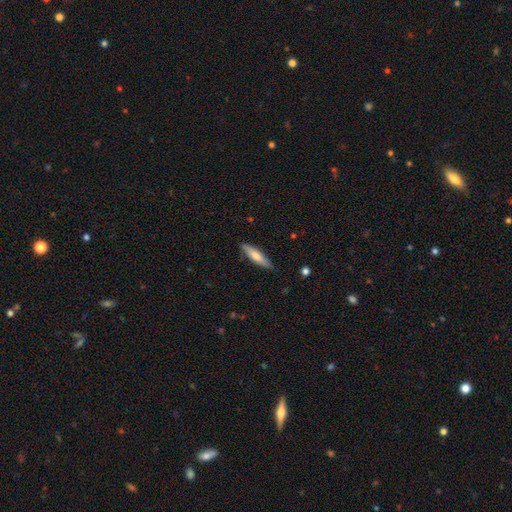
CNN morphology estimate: A smooth galaxy with no disk features (62%) that is cigar-shaped (78%).

Vote fractions:
- Smooth or featured? smooth: 62% / featured or disk: 32% / star or artifact: 6%
- How rounded? cigar-shaped: 78% / in between: 20% / round: 2%
- Merging? none: 84% / minor disturbance: 13% / major disturbance: 2% / merger: 1%